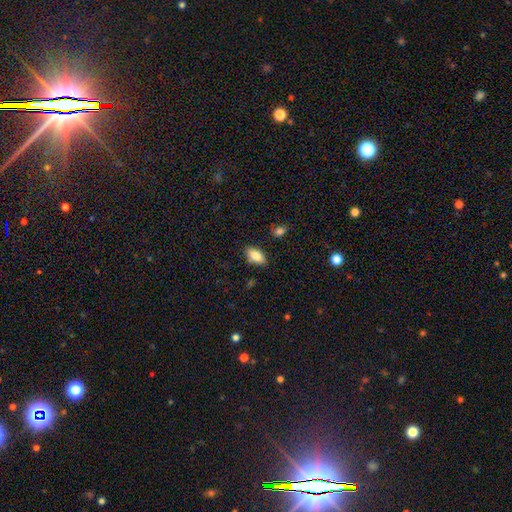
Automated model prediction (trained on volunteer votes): The model was most divided on "smooth or featured": smooth: 83%, featured or disk: 10%, star or artifact: 7%. More confident: how rounded — in between (92%); merging — none (85%).